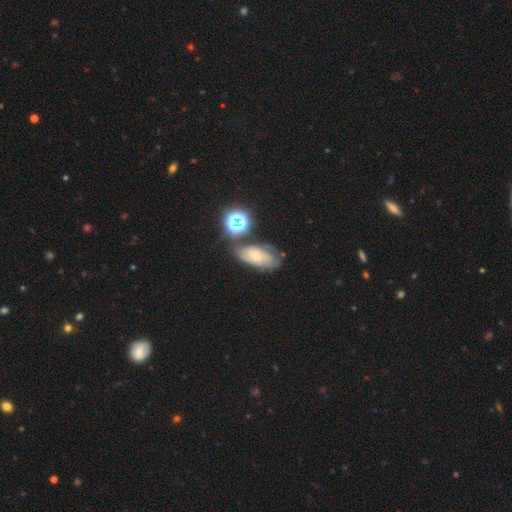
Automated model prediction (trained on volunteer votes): Smooth or featured: smooth — 42% (featured or disk — 37%)
Merging: none — 54% (minor disturbance — 24%)